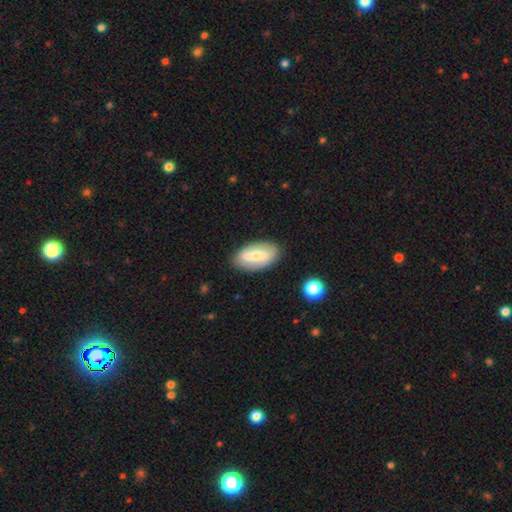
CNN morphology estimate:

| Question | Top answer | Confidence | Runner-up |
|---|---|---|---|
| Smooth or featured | featured or disk | 59% | smooth (36%) |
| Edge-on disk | no | 92% | yes (8%) |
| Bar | strong | 51% | weak (34%) |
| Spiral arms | yes | 67% | no (33%) |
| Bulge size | moderate | 45% | small (44%) |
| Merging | none | 85% | minor disturbance (10%) |